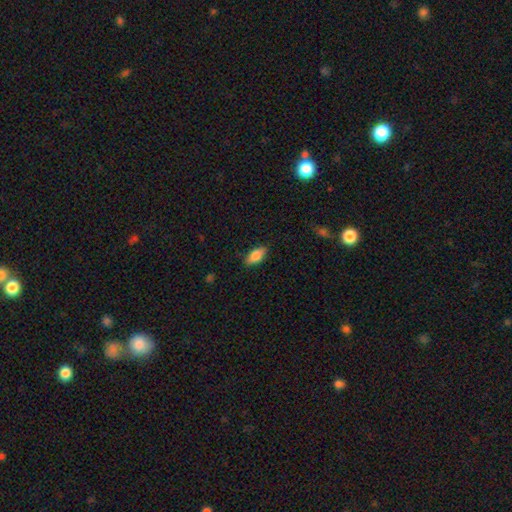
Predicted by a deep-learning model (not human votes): Smooth or featured? Predicted: smooth (p=0.82). How rounded? Predicted: in between (p=0.88). Merging? Predicted: none (p=0.86).